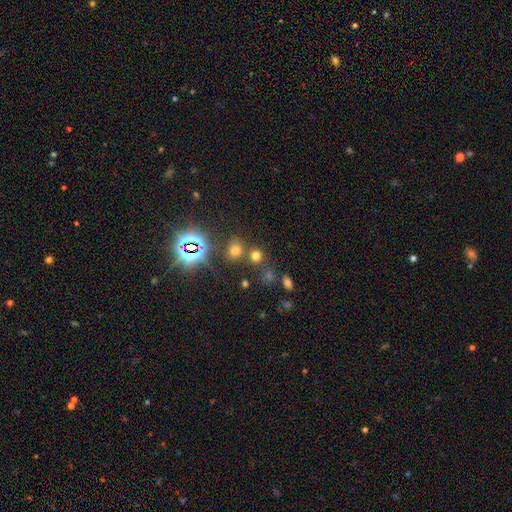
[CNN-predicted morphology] Smooth or featured? smooth (64%)
How rounded? round (83%)
Merging? none (70%)